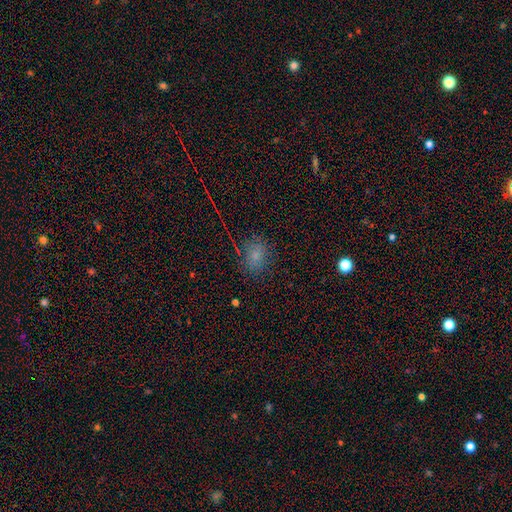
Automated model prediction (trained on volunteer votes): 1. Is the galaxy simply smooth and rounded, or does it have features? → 69% smooth, 22% star or artifact, 9% featured or disk.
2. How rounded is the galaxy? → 57% round, 42% in between, 1% cigar-shaped.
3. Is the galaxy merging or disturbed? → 77% none, 15% minor disturbance, 6% major disturbance, 3% merger.